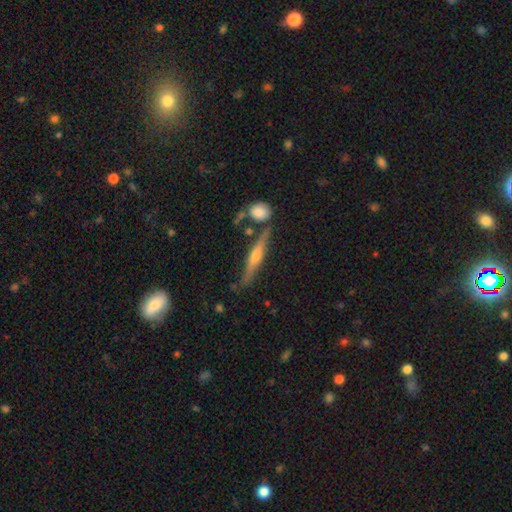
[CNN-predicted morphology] Smooth or featured? featured or disk (72%)
Edge-on disk? yes (96%)
Edge-on bulge? rounded (88%)
Merging? none (77%)